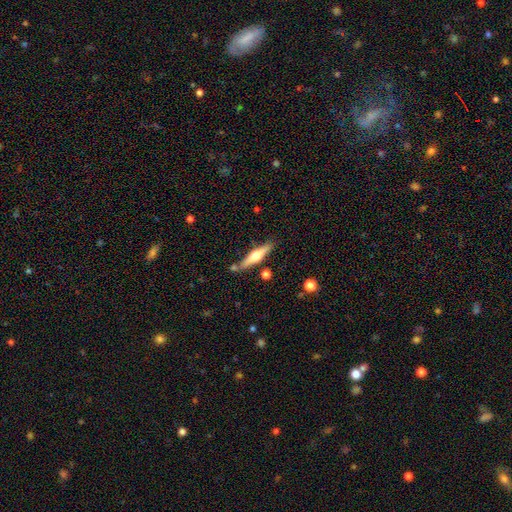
Overall: featured or disk (46%; smooth 43%). Edge-on disk: yes (94%). Edge-on bulge: rounded (88%). Merging: none (48%; minor disturbance 33%).